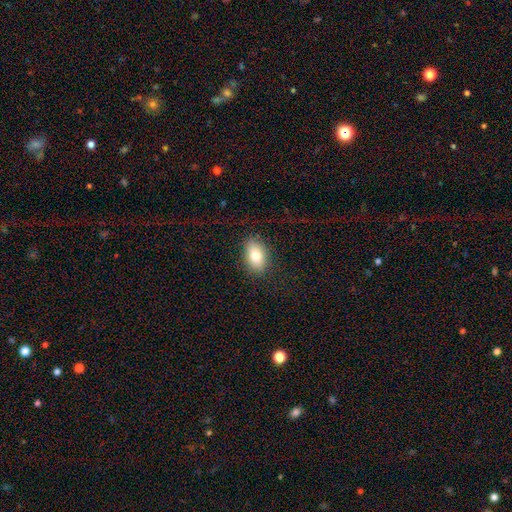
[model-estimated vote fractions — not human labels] Morphology: type=smooth (79%); roundness=in between (86%); merging=none (86%).